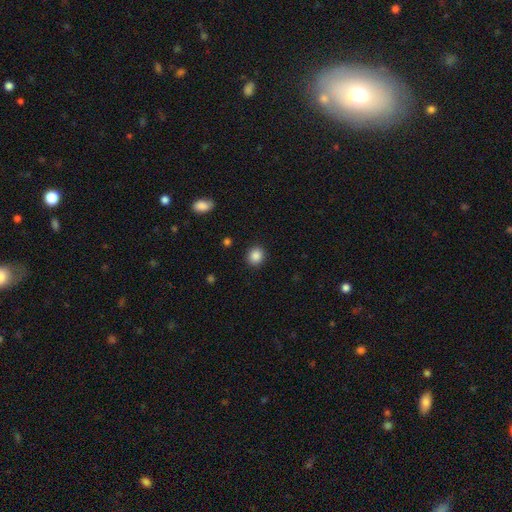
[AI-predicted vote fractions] Smooth or featured: smooth — 87% (star or artifact — 10%)
How rounded: round — 80% (in between — 19%)
Merging: none — 91% (minor disturbance — 6%)